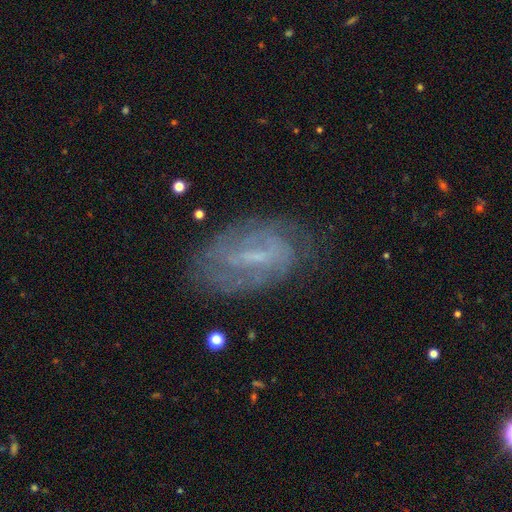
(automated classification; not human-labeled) Overall: featured or disk (71%). Edge-on disk: no (94%). Bar: weak (50%; strong 30%). Spiral arms: yes (77%). Spiral arm count: can't tell (45%; 2 36%). Spiral winding: tight (48%; medium 35%). Bulge size: small (55%; none 24%). Merging: none (67%).